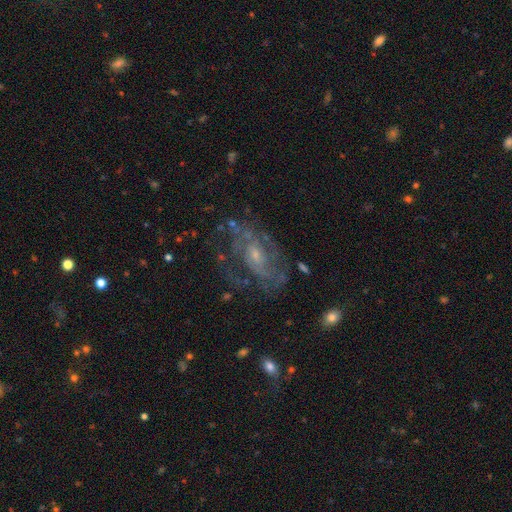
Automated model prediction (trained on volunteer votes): Smooth or featured: featured or disk — 79% (smooth — 12%)
Edge-on disk: no — 96% (yes — 4%)
Bar: no — 57% (weak — 35%)
Spiral arms: yes — 83% (no — 17%)
Spiral winding: medium — 45% (tight — 34%)
Spiral arm count: 2 — 38% (can't tell — 34%)
Bulge size: small — 67% (moderate — 25%)
Merging: none — 59% (minor disturbance — 19%)